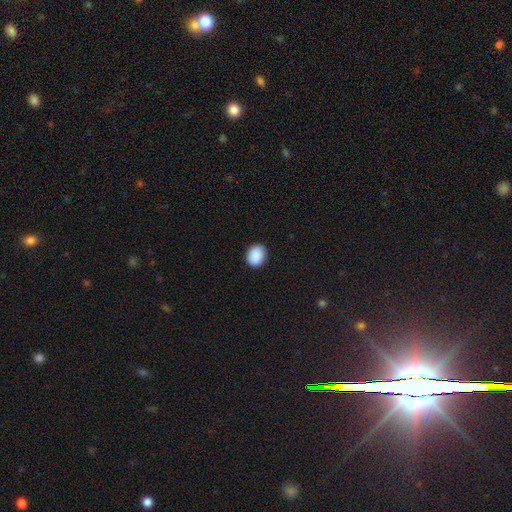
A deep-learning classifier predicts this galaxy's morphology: The model was most divided on "how rounded": round: 54%, in between: 45%, cigar-shaped: 1%. More confident: smooth or featured — smooth (90%); merging — none (90%).